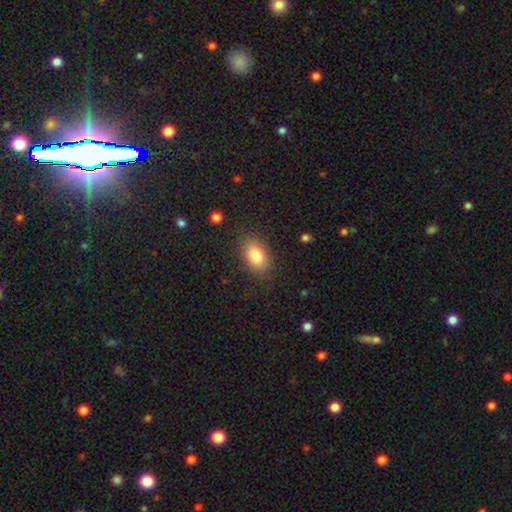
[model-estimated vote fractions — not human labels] A smooth galaxy with no disk features (83%) that is in between round and cigar-shaped (88%).

Vote fractions:
- Smooth or featured? smooth: 83% / featured or disk: 9% / star or artifact: 8%
- How rounded? in between: 88% / round: 11% / cigar-shaped: 2%
- Merging? none: 83% / minor disturbance: 12% / major disturbance: 4% / merger: 1%